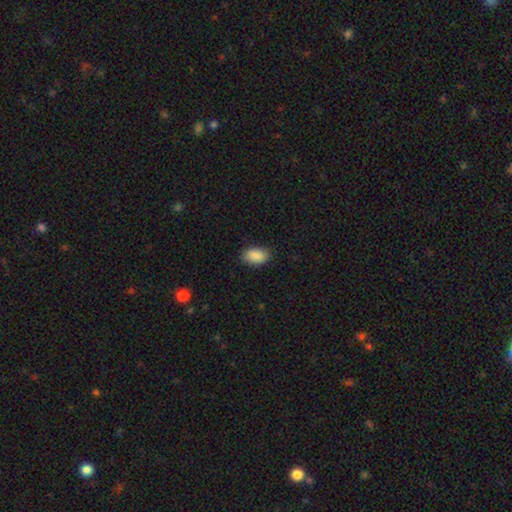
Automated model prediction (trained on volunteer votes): Smooth or featured? smooth (89%)
How rounded? in between (91%)
Merging? none (84%)